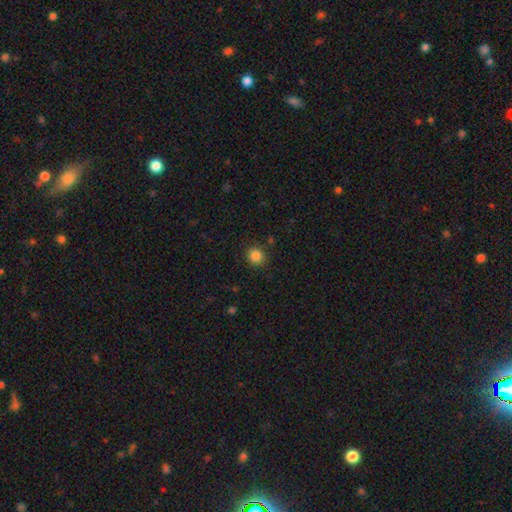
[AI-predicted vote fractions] Smooth or featured? smooth (85%)
How rounded? round (85%)
Merging? none (88%)